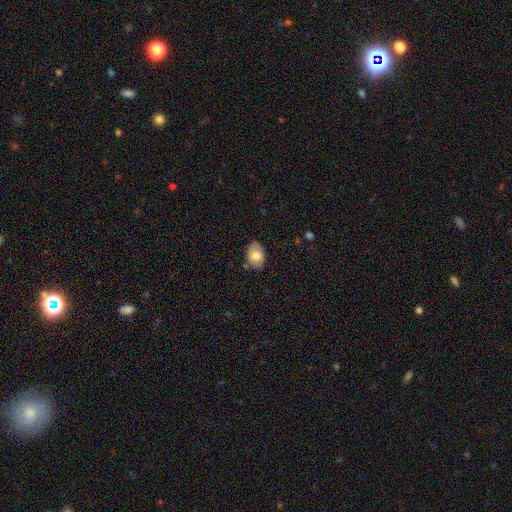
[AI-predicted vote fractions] A smooth galaxy with no disk features (79%) that is in between round and cigar-shaped (80%).

Vote fractions:
- Smooth or featured? smooth: 79% / featured or disk: 14% / star or artifact: 7%
- How rounded? in between: 80% / round: 19% / cigar-shaped: 1%
- Merging? none: 72% / minor disturbance: 22% / major disturbance: 4% / merger: 2%